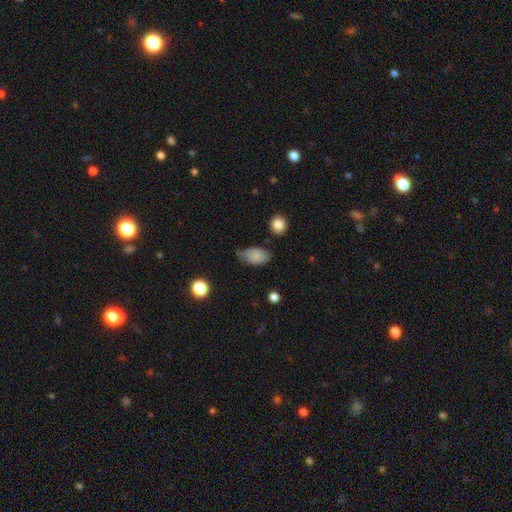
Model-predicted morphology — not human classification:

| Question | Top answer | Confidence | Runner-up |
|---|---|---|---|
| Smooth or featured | smooth | 82% | star or artifact (9%) |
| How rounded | in between | 90% | round (8%) |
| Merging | none | 49% | minor disturbance (38%) |